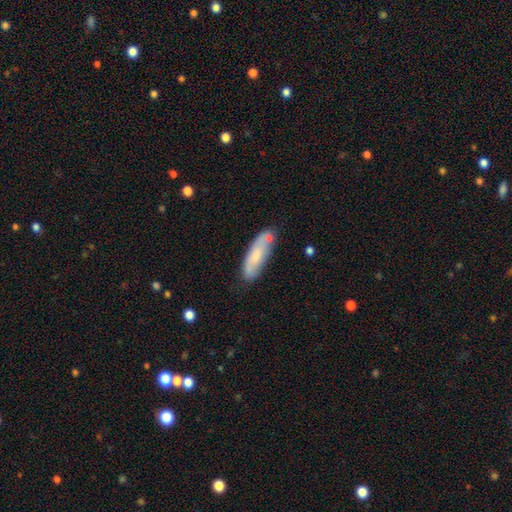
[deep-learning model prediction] smooth 68%, featured or disk 26%, star or artifact 6%. Down the decision tree: how rounded — in between (50%); merging — none (67%).